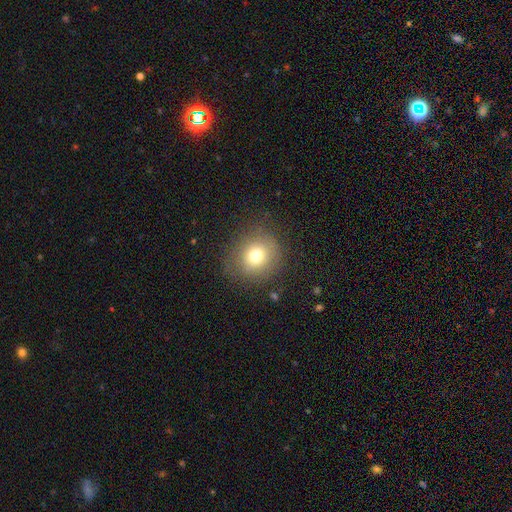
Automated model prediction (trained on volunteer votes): smooth 74%, star or artifact 13%, featured or disk 12%. Down the decision tree: how rounded — round (84%); merging — none (83%).